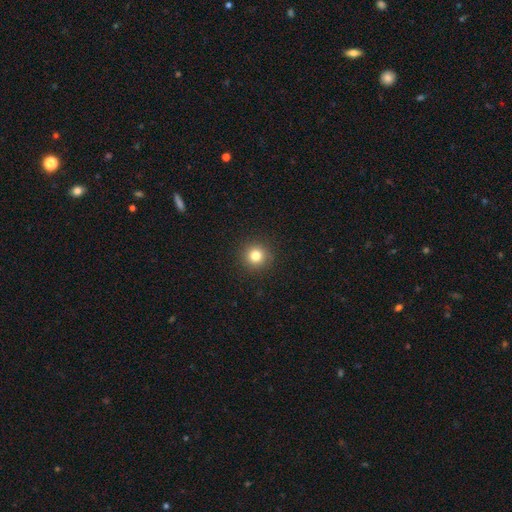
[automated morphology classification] The model was most divided on "smooth or featured": smooth: 81%, star or artifact: 13%, featured or disk: 7%. More confident: how rounded — round (95%); merging — none (92%).